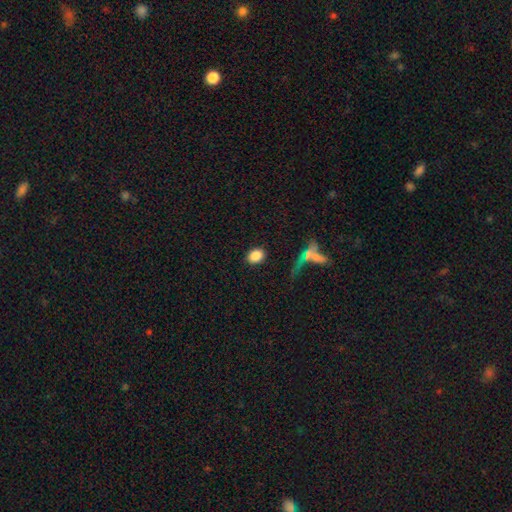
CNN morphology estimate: Smooth or featured? Predicted: smooth (p=0.85). How rounded? Predicted: in between (p=0.67). Merging? Predicted: none (p=0.84).